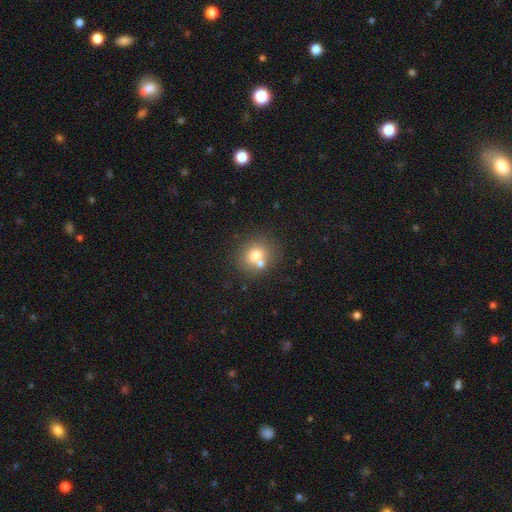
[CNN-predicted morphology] Overall: smooth (70%). How rounded: round (75%). Merging: none (57%; merger 29%).